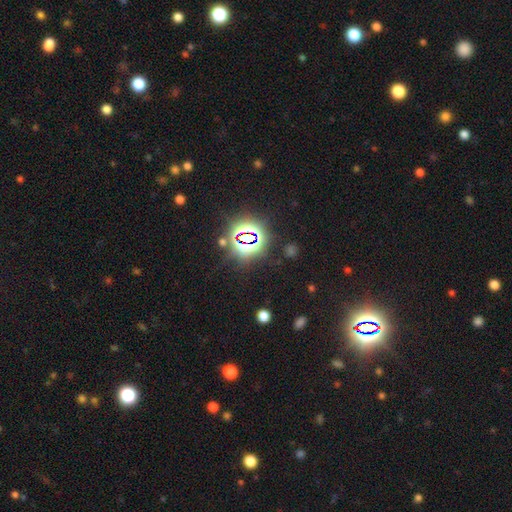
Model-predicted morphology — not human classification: Smooth or featured?
  - star or artifact: 81% *
  - smooth: 11%
  - featured or disk: 7%